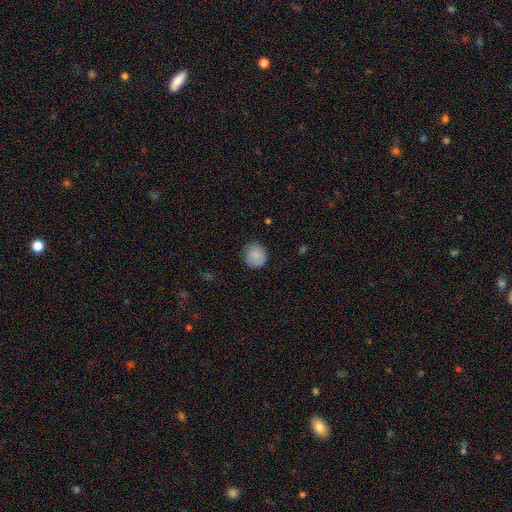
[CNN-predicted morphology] type=smooth (87%); roundness=round (87%); merging=none (85%).